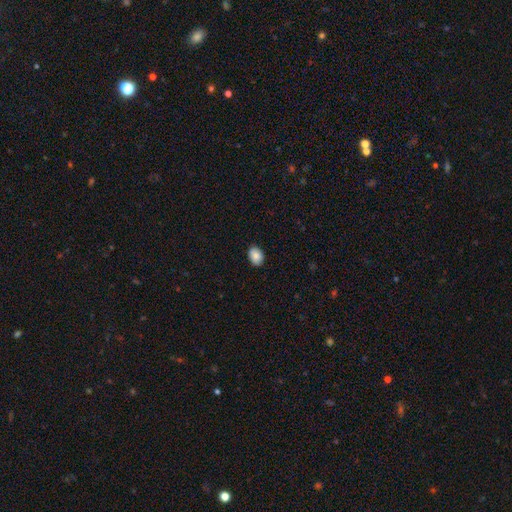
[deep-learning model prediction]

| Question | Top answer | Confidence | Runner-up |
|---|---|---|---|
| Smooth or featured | smooth | 87% | star or artifact (7%) |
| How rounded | in between | 80% | round (19%) |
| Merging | none | 87% | minor disturbance (10%) |